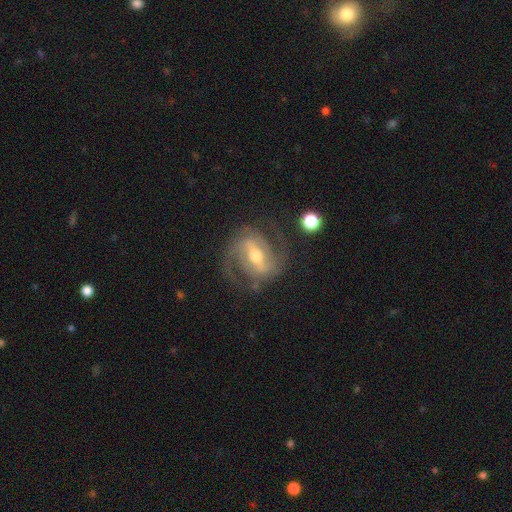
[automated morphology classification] This appears to be a featured or disk galaxy (89%) with a strong bar (59%), 2 (84%) medium (53%) spiral arms (96%) and a moderate central bulge (67%). Merging: none (75%).